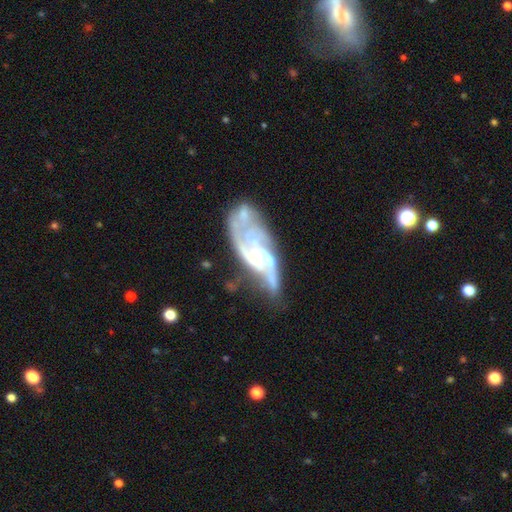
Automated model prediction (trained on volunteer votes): The model was most divided on "merging": none: 34%, major disturbance: 29%, minor disturbance: 21%, merger: 16%. Remaining: edge-on disk — no (92%); smooth or featured — featured or disk (79%); spiral arms — yes (72%); bar — no (61%); bulge size — small (43%); spiral winding — medium (39%); spiral arm count — can't tell (37%).